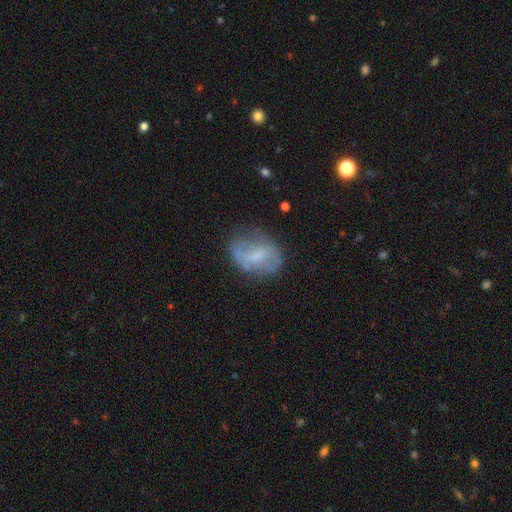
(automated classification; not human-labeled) Q: Smooth or featured?
A: featured or disk (50%); runner-up: smooth (40%)
Q: Merging?
A: none (64%); runner-up: minor disturbance (23%)